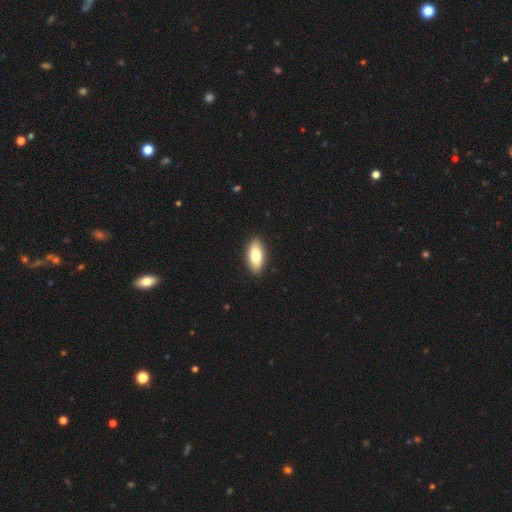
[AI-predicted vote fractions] Q: Smooth or featured?
A: smooth (77%); runner-up: featured or disk (17%)
Q: How rounded?
A: in between (86%); runner-up: cigar-shaped (11%)
Q: Merging?
A: none (90%); runner-up: minor disturbance (7%)